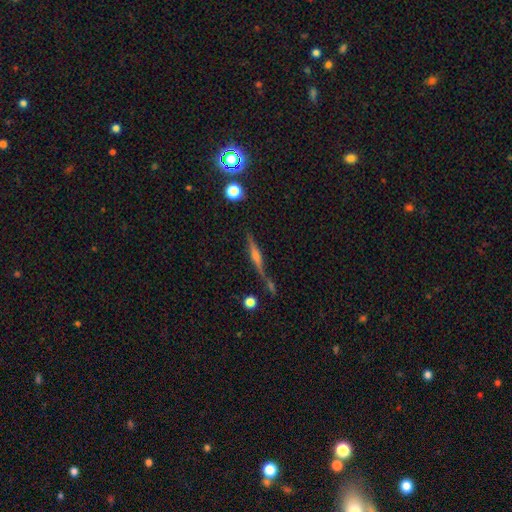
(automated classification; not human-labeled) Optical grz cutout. It shows a featured or disk galaxy (65%) viewed edge-on (94%) with a rounded central bulge (66%). Merging: none (66%).